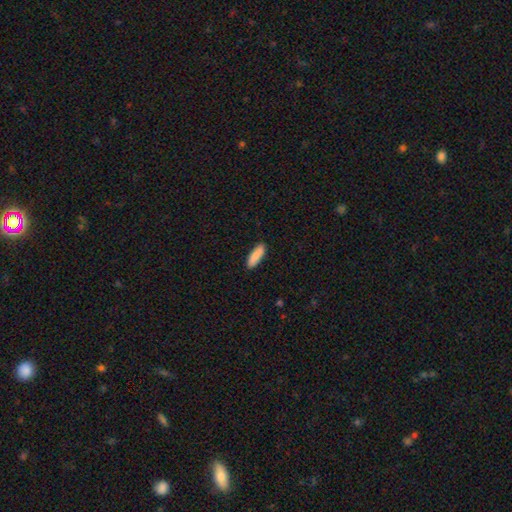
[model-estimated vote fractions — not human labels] This appears to be a smooth galaxy with no disk features (88%) that is cigar-shaped (56%). Merging: none (89%).